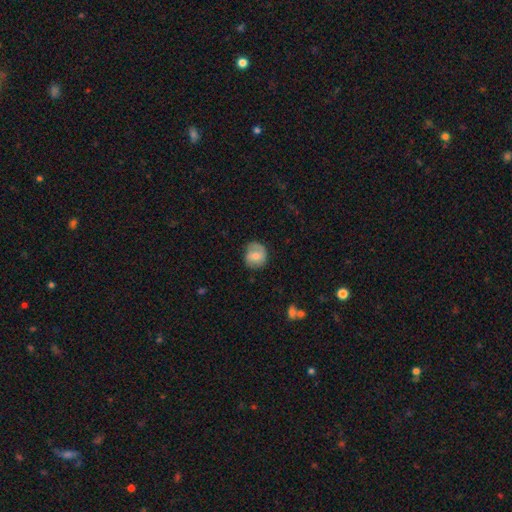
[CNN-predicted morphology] Smooth or featured: smooth — 58% (featured or disk — 35%)
How rounded: round — 80% (in between — 19%)
Merging: none — 67% (minor disturbance — 24%)